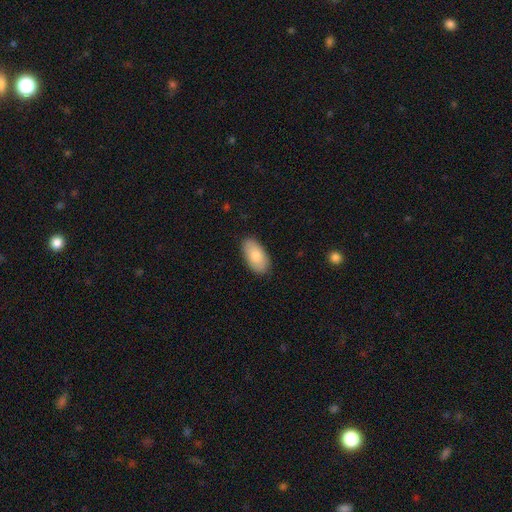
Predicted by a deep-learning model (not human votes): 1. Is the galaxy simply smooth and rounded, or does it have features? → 80% smooth, 14% featured or disk, 6% star or artifact.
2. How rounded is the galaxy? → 95% in between, 3% round, 2% cigar-shaped.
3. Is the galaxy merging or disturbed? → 86% none, 11% minor disturbance, 2% major disturbance, 1% merger.